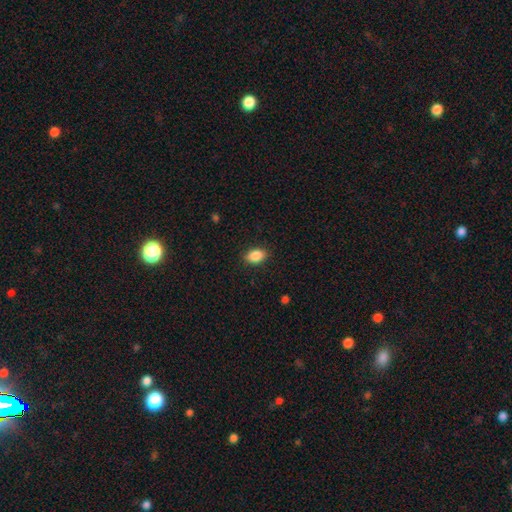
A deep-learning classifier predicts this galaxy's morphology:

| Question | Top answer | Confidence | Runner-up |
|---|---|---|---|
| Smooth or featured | smooth | 88% | star or artifact (8%) |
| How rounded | in between | 86% | round (13%) |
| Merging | none | 88% | minor disturbance (8%) |